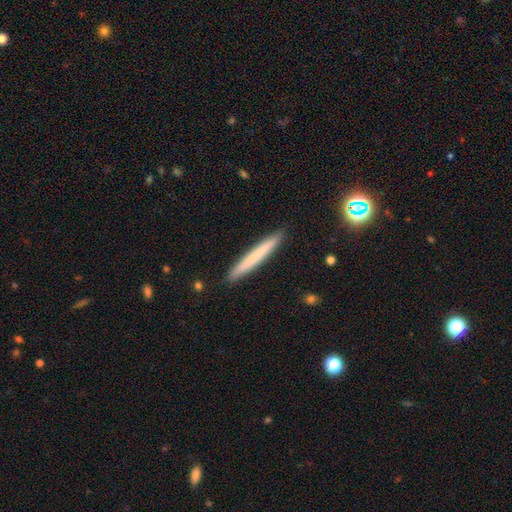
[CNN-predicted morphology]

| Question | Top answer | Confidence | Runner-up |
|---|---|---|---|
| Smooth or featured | smooth | 68% | featured or disk (25%) |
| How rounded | cigar-shaped | 97% | in between (2%) |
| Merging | none | 92% | minor disturbance (6%) |